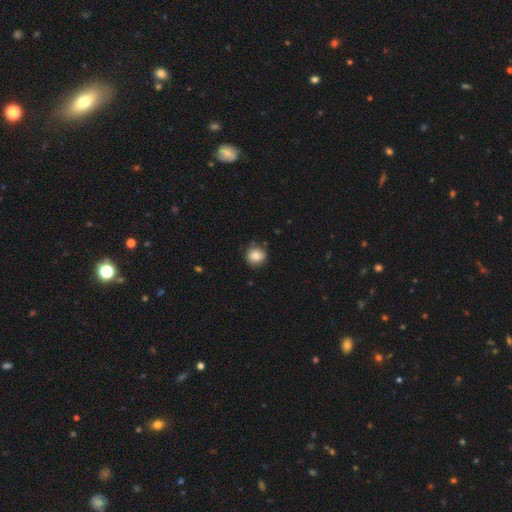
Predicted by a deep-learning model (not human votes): Smooth or featured: smooth — 81% (featured or disk — 10%)
How rounded: round — 83% (in between — 16%)
Merging: none — 79% (minor disturbance — 16%)